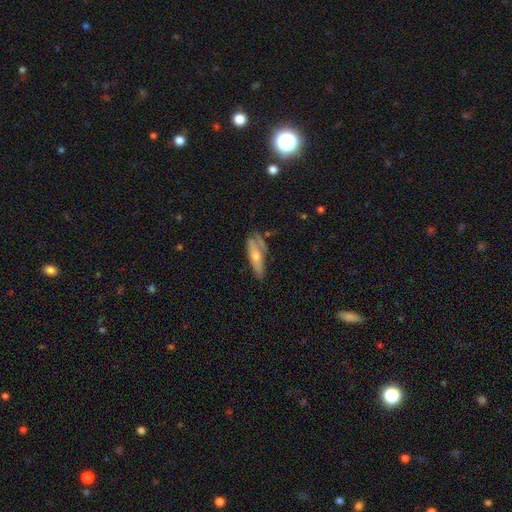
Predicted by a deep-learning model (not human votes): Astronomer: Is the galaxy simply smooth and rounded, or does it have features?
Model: smooth — 47% (runner-up: featured or disk, 43%).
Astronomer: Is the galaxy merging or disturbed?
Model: none — 50% (runner-up: minor disturbance, 30%).